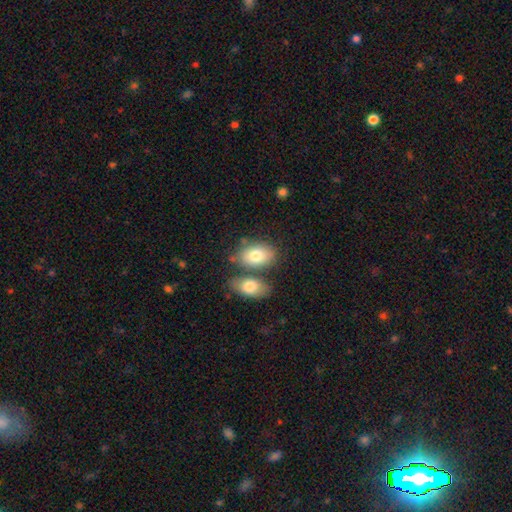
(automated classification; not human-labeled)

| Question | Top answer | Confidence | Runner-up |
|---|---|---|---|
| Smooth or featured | smooth | 77% | featured or disk (16%) |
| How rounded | in between | 89% | round (9%) |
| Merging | none | 51% | merger (32%) |